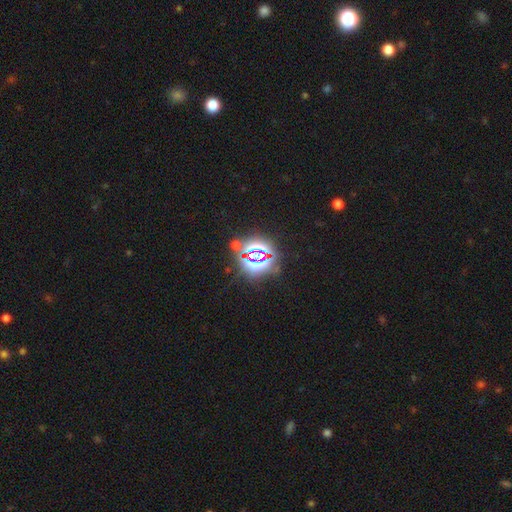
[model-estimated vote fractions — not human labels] star or artifact 78%, smooth 14%, featured or disk 8%.